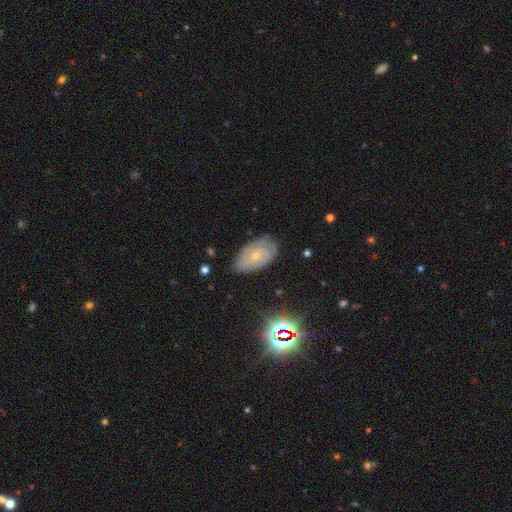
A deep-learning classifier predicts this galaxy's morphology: A featured or disk galaxy (62%) with no bar (81%), spiral arms (81%) and a small central bulge (75%). Merging: none (73%).